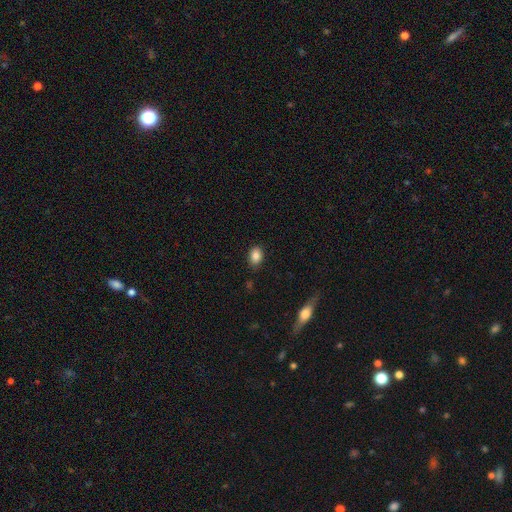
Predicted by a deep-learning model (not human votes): Smooth or featured?
  - smooth: 85% *
  - star or artifact: 9%
  - featured or disk: 6%
How rounded?
  - in between: 73% *
  - round: 26%
  - cigar-shaped: 1%
Merging?
  - none: 84% *
  - minor disturbance: 12%
  - major disturbance: 2%
  - merger: 1%